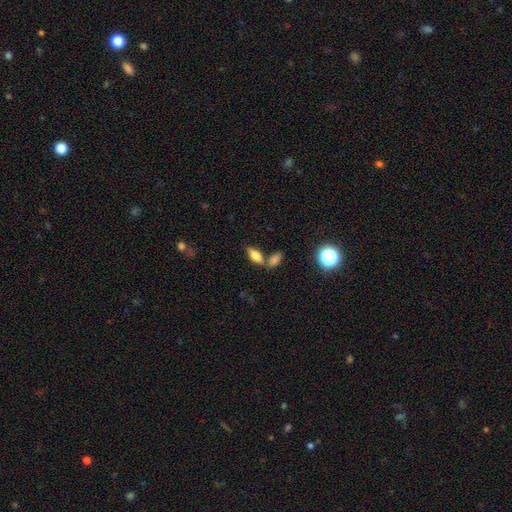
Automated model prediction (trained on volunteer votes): Smooth or featured? smooth (72%)
How rounded? in between (80%)
Merging? none (56%)